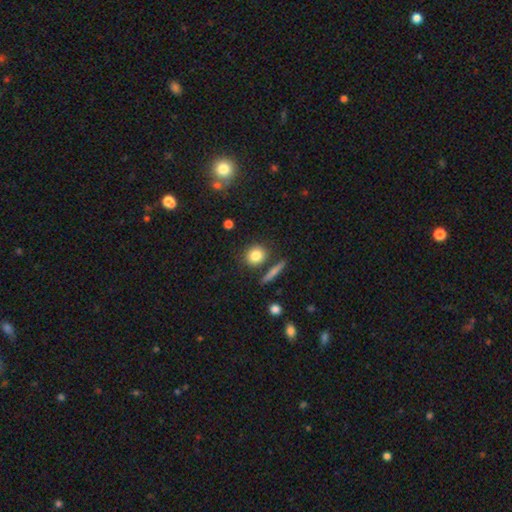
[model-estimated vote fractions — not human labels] Smooth or featured: smooth — 82% (featured or disk — 9%)
How rounded: round — 77% (in between — 20%)
Merging: none — 79% (minor disturbance — 10%)